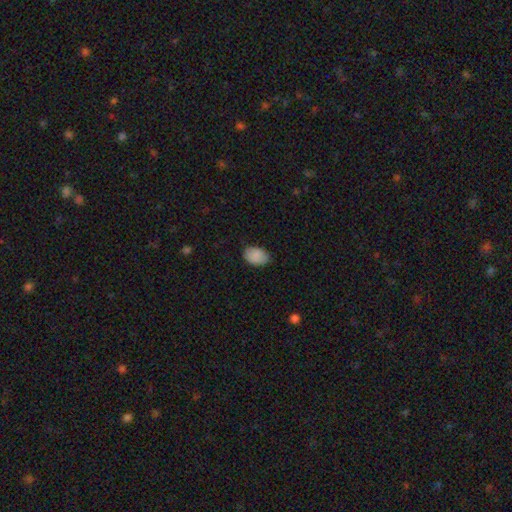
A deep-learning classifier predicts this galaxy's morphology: smooth_or_featured: smooth (p=0.88) [alt: star or artifact p=0.07]
how_rounded: in between (p=0.84) [alt: round p=0.15]
merging: none (p=0.75) [alt: minor disturbance p=0.21]